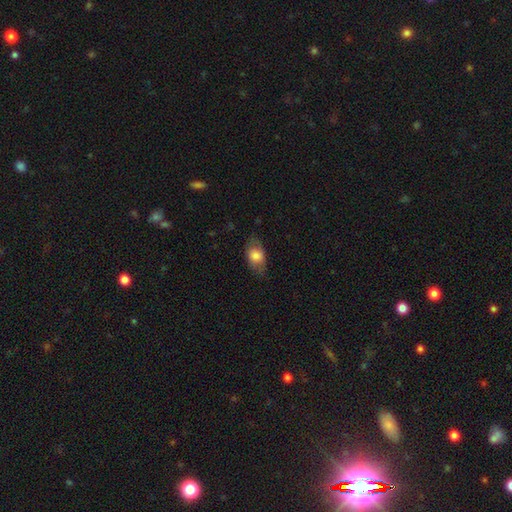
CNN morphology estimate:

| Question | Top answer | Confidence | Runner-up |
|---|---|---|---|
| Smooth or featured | smooth | 72% | featured or disk (20%) |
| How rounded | in between | 85% | round (12%) |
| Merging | none | 74% | minor disturbance (18%) |